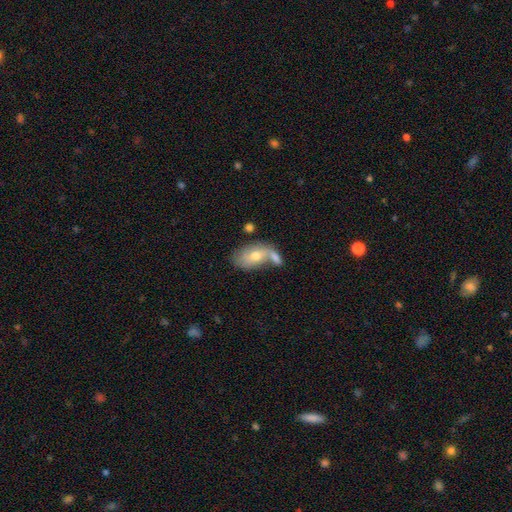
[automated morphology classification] Smooth or featured? smooth (60%)
How rounded? in between (90%)
Merging? merger (43%)